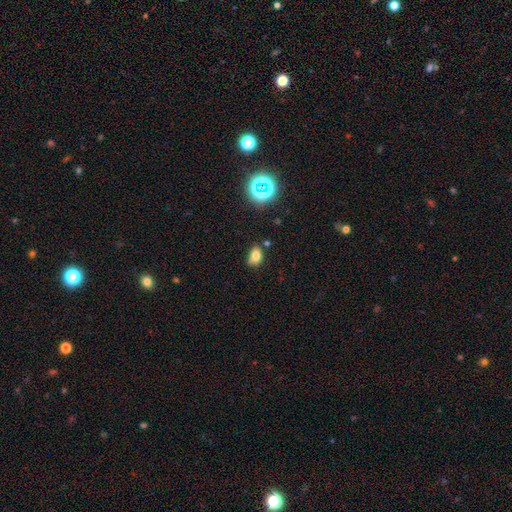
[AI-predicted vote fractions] The model was most divided on "merging": none: 61%, minor disturbance: 28%, major disturbance: 6%, merger: 5%. More confident: how rounded — in between (77%); smooth or featured — smooth (76%).